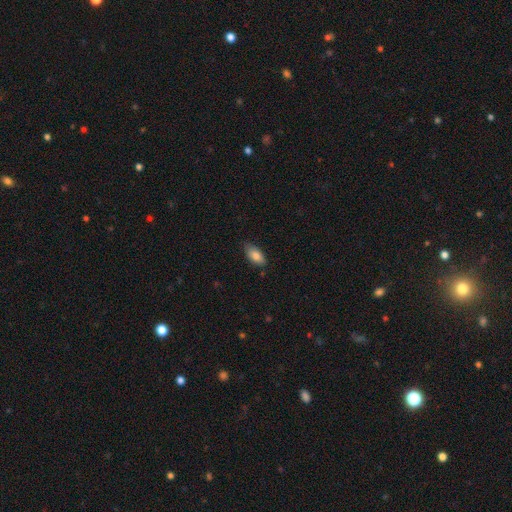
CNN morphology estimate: Smooth or featured: smooth — 83% (featured or disk — 10%)
How rounded: in between — 91% (cigar-shaped — 7%)
Merging: none — 76% (minor disturbance — 20%)